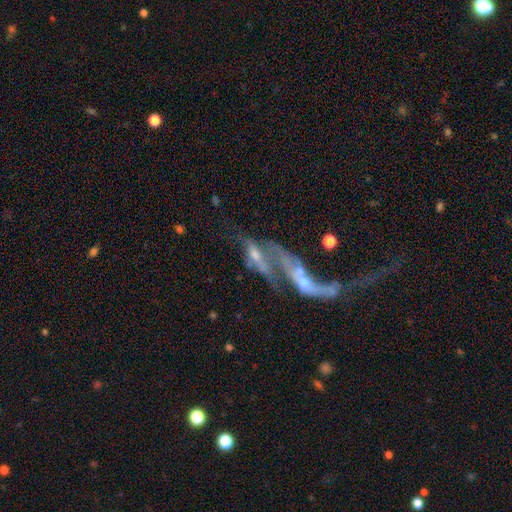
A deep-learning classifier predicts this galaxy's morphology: A featured or disk galaxy (48%).

Vote fractions:
- Smooth or featured? featured or disk: 48% / smooth: 38% / star or artifact: 14%
- Merging? merger: 66% / major disturbance: 18% / none: 9% / minor disturbance: 6%